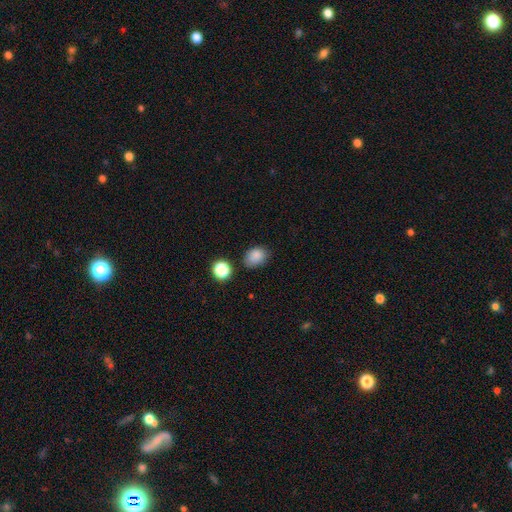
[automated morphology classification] Smooth or featured: smooth — 84% (star or artifact — 11%)
How rounded: in between — 68% (round — 31%)
Merging: none — 74% (minor disturbance — 18%)